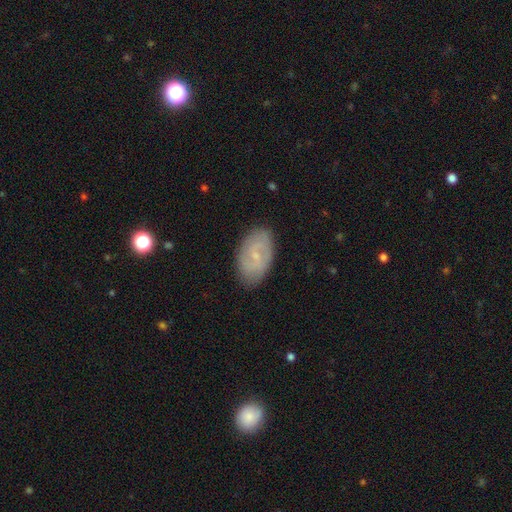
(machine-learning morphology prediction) smooth-or-featured: featured or disk: 60% | smooth: 33% | star or artifact: 7%
  disk-edge-on: no: 95% | yes: 5%
    bar: weak: 52% | no: 37% | strong: 11%
    has-spiral-arms: yes: 79% | no: 21%
    bulge-size: small: 76% | moderate: 16% | none: 6% | large: 1% | dominant: 1%
  merging: none: 83% | minor disturbance: 13% | major disturbance: 3% | merger: 1%